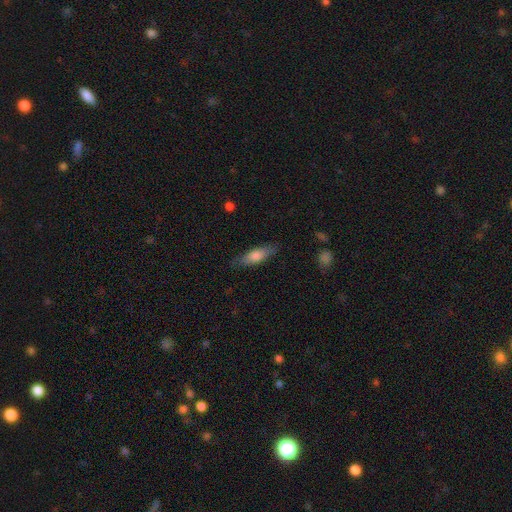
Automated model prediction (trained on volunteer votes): smooth_or_featured: smooth (p=0.65) [alt: featured or disk p=0.29]
how_rounded: cigar-shaped (p=0.56) [alt: in between p=0.41]
merging: none (p=0.83) [alt: minor disturbance p=0.13]